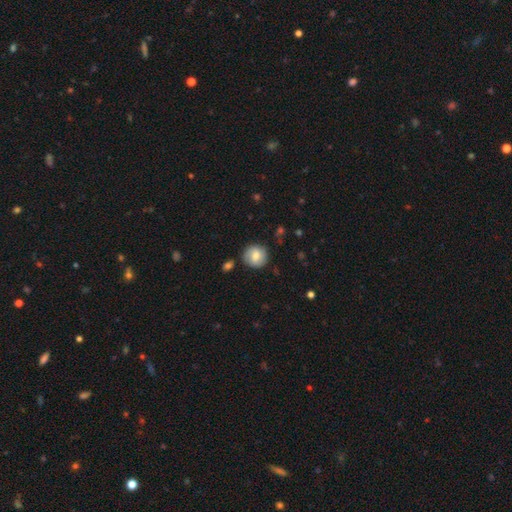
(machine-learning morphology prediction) Smooth or featured: smooth — 71% (featured or disk — 22%)
How rounded: round — 90% (in between — 9%)
Merging: none — 82% (minor disturbance — 12%)